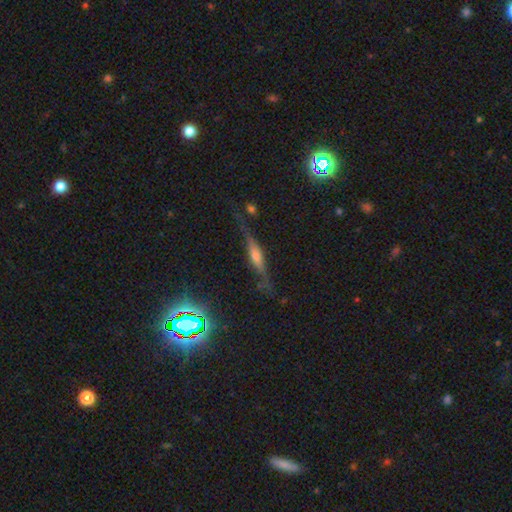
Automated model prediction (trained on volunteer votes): smooth_or_featured: featured or disk (p=0.66) [alt: smooth p=0.22]
disk_edge_on: yes (p=0.92) [alt: no p=0.08]
edge_on_bulge: rounded (p=0.71) [alt: boxy p=0.21]
merging: none (p=0.75) [alt: minor disturbance p=0.16]